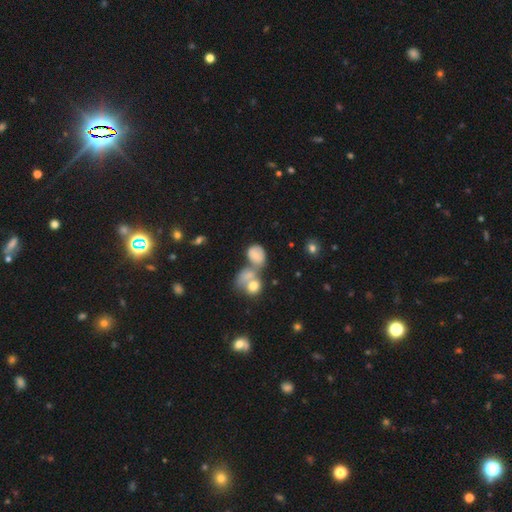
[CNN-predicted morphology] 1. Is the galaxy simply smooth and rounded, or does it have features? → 65% smooth, 24% featured or disk, 12% star or artifact.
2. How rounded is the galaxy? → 51% round, 47% in between, 1% cigar-shaped.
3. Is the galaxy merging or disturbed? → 44% merger, 34% none, 14% minor disturbance, 8% major disturbance.